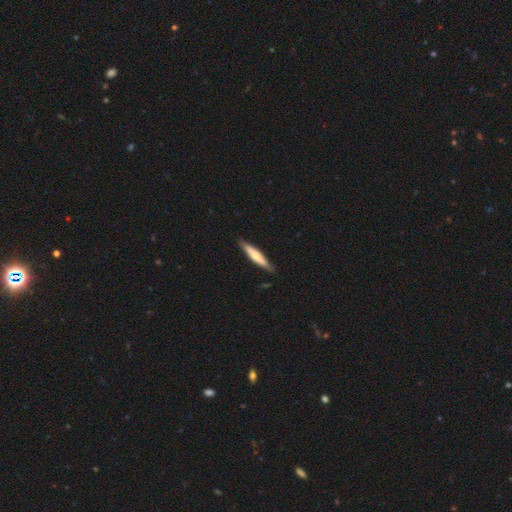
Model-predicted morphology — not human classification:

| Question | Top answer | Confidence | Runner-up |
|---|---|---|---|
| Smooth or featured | smooth | 53% | featured or disk (42%) |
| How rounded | cigar-shaped | 87% | in between (12%) |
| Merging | none | 86% | minor disturbance (11%) |